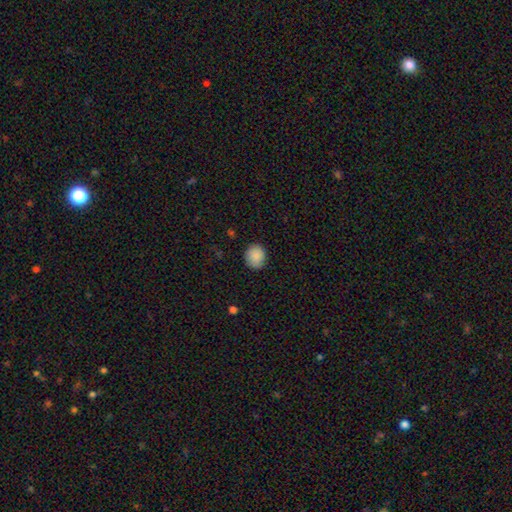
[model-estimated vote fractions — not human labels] Smooth or featured? Predicted: smooth (p=0.88). How rounded? Predicted: round (p=0.75). Merging? Predicted: none (p=0.87).